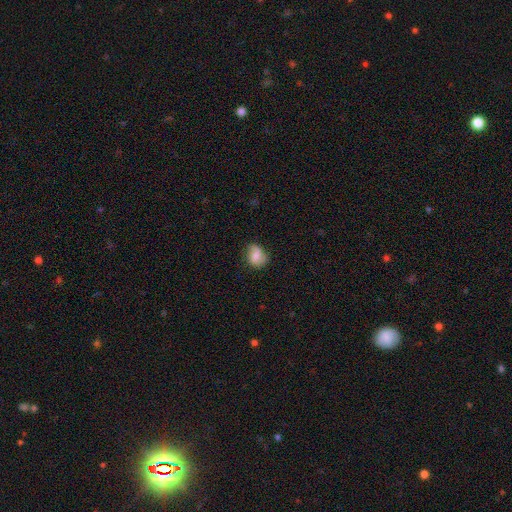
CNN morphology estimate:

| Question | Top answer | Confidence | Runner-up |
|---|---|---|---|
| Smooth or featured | smooth | 61% | featured or disk (31%) |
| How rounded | round | 51% | in between (48%) |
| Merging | none | 66% | minor disturbance (25%) |